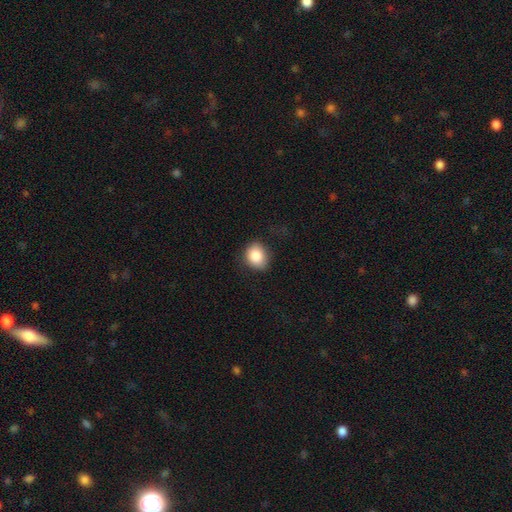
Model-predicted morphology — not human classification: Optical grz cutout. It shows a smooth galaxy with no disk features (85%) that is round (56%). Merging: none (70%).